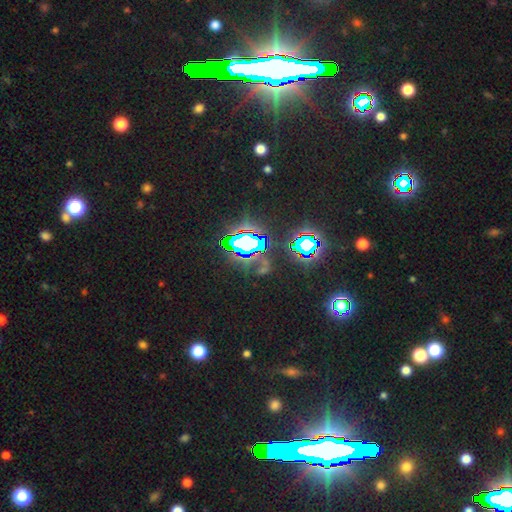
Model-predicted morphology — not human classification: A star or artifact, not a galaxy (84%).

Vote fractions:
- Smooth or featured? star or artifact: 84% / smooth: 8% / featured or disk: 8%